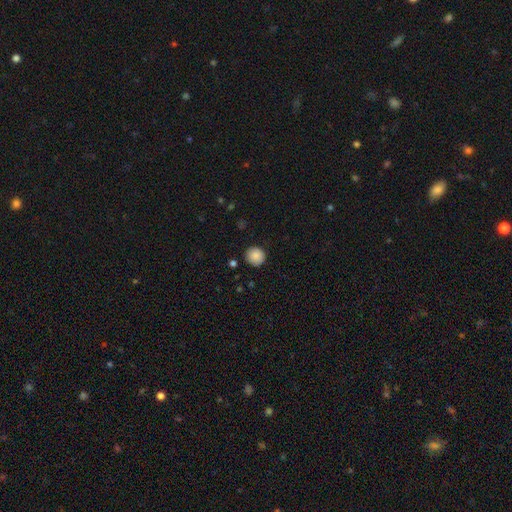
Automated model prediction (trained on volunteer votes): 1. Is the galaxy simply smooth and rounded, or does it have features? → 87% smooth, 8% star or artifact, 5% featured or disk.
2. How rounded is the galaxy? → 92% round, 7% in between, 1% cigar-shaped.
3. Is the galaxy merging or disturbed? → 88% none, 8% minor disturbance, 2% major disturbance, 1% merger.